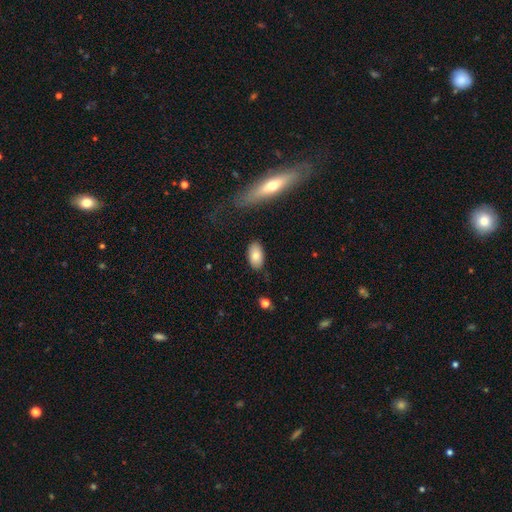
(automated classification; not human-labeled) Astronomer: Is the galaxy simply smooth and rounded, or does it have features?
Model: smooth — 80%.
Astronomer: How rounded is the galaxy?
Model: in between — 93%.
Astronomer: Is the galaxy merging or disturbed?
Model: none — 84%.